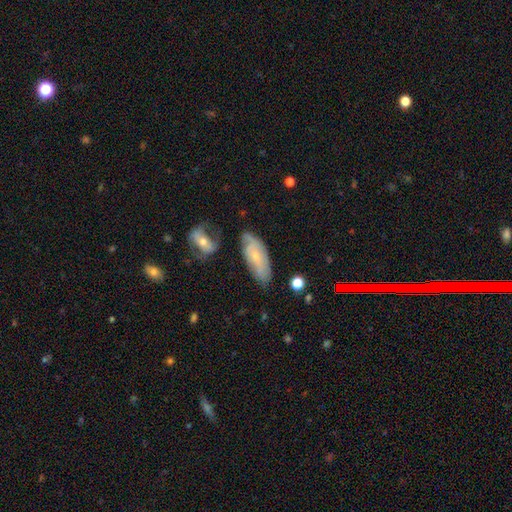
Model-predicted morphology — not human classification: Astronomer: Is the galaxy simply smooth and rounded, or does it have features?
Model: smooth — 48% (runner-up: featured or disk, 44%).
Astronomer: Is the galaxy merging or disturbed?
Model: none — 56%.